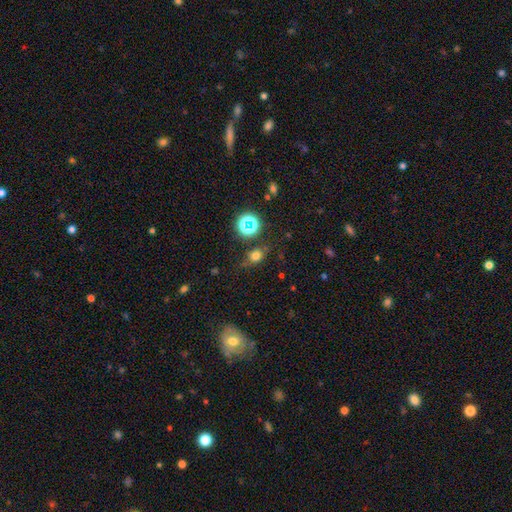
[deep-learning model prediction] smooth 64%, star or artifact 23%, featured or disk 13%. Down the decision tree: how rounded — round (55%); merging — none (68%).